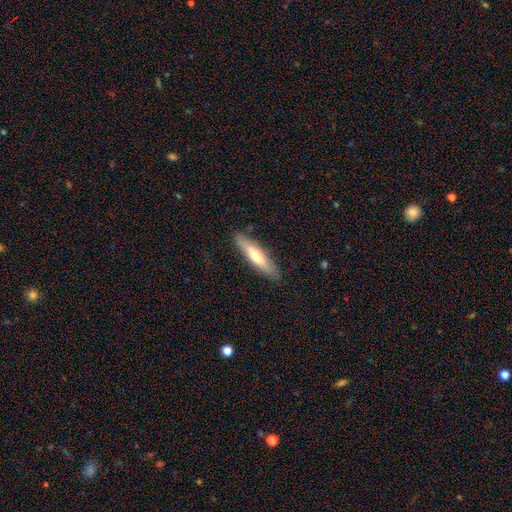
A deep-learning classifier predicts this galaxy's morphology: Smooth or featured? smooth (58%)
How rounded? cigar-shaped (78%)
Merging? none (85%)